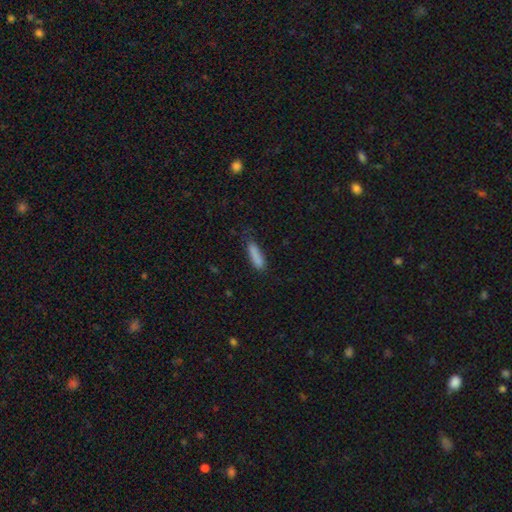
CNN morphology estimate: Smooth or featured? smooth (85%)
How rounded? cigar-shaped (69%)
Merging? none (63%)